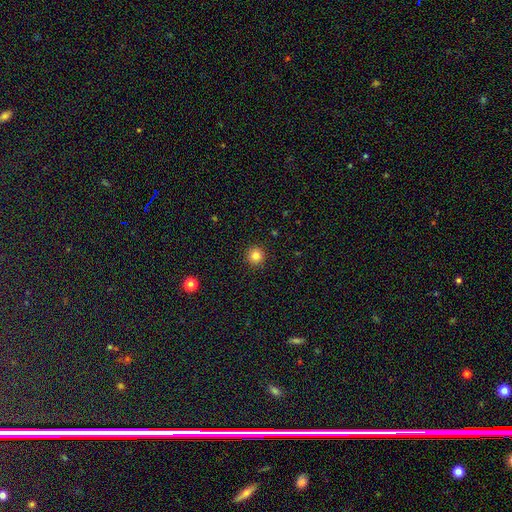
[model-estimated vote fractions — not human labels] Q: Smooth or featured?
A: smooth (84%); runner-up: star or artifact (12%)
Q: How rounded?
A: round (95%); runner-up: in between (4%)
Q: Merging?
A: none (93%); runner-up: minor disturbance (5%)